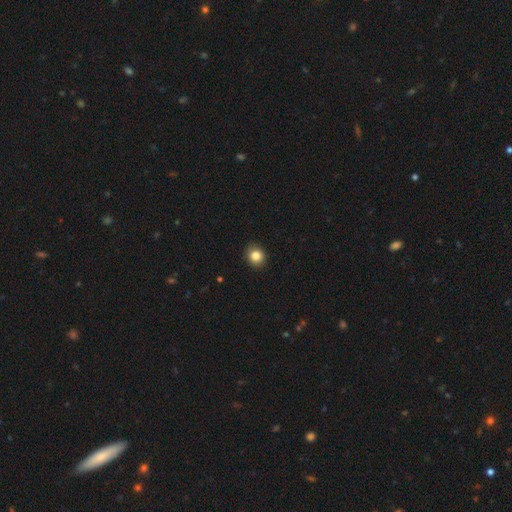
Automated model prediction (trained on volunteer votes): Overall: smooth (84%). How rounded: round (80%). Merging: none (89%).